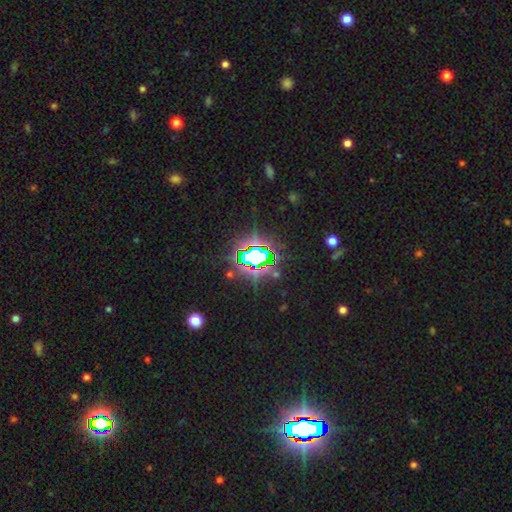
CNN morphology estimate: type=star or artifact (79%).